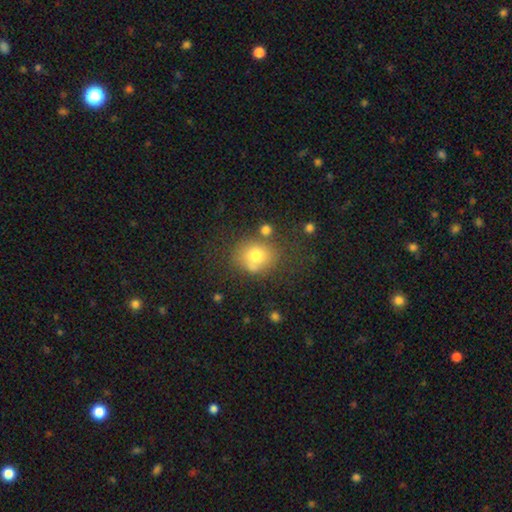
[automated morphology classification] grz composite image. It shows a smooth galaxy with no disk features (73%) that is round (70%). Merging: none (63%).